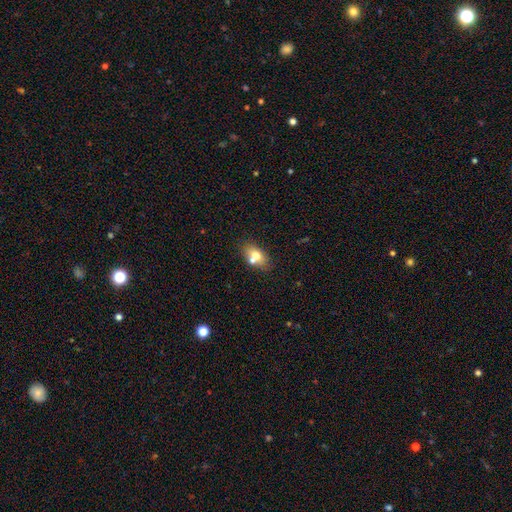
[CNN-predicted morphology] Smooth or featured?
  - smooth: 69% *
  - featured or disk: 22%
  - star or artifact: 10%
How rounded?
  - in between: 83% *
  - round: 14%
  - cigar-shaped: 3%
Merging?
  - none: 57% *
  - merger: 27%
  - minor disturbance: 12%
  - major disturbance: 4%